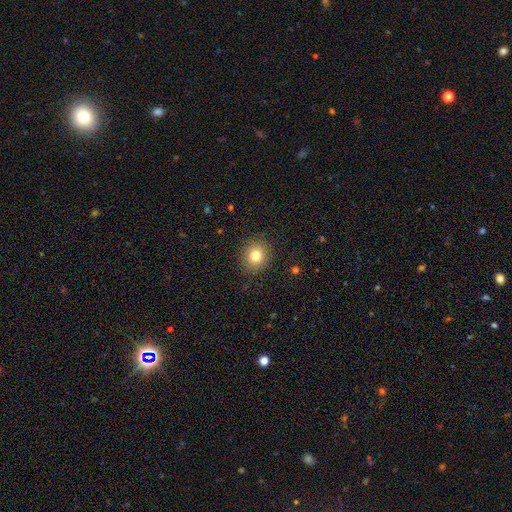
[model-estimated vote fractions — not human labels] smooth-or-featured: smooth: 79% | star or artifact: 12% | featured or disk: 9%
  how-rounded: round: 78% | in between: 21% | cigar-shaped: 1%
  merging: none: 88% | minor disturbance: 8% | major disturbance: 3% | merger: 1%